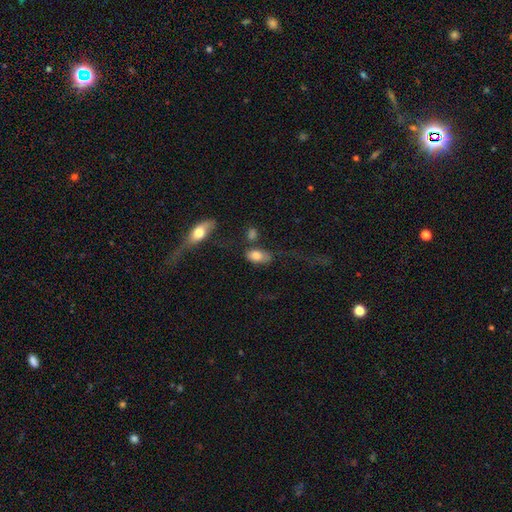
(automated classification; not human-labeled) This appears to be a smooth galaxy with no disk features (78%) that is in between round and cigar-shaped (91%). Merging: none (52%).